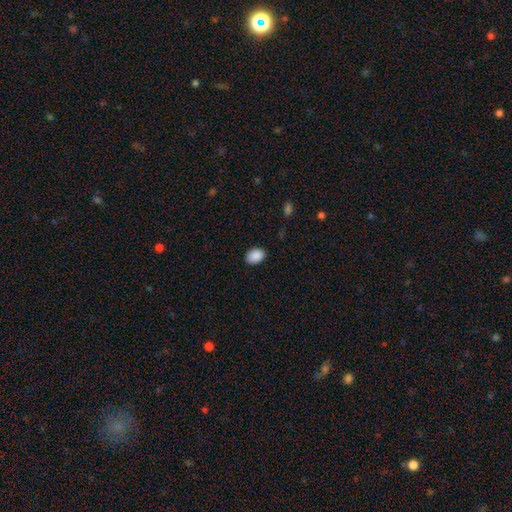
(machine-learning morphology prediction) smooth 89%, star or artifact 8%, featured or disk 3%. Down the decision tree: how rounded — in between (75%); merging — none (86%).